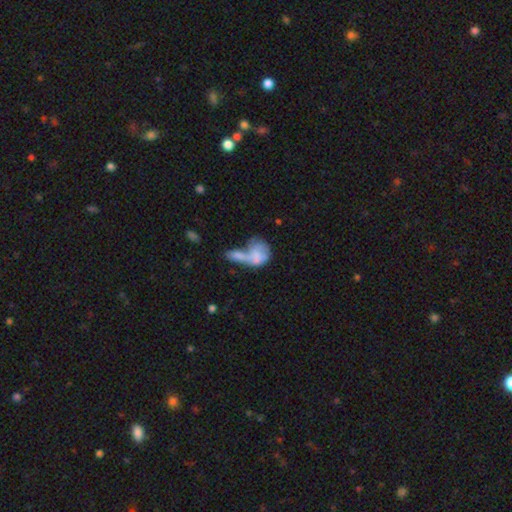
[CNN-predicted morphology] The model was most divided on "smooth or featured": smooth: 61%, featured or disk: 31%, star or artifact: 8%. More confident: how rounded — in between (63%); merging — merger (59%).